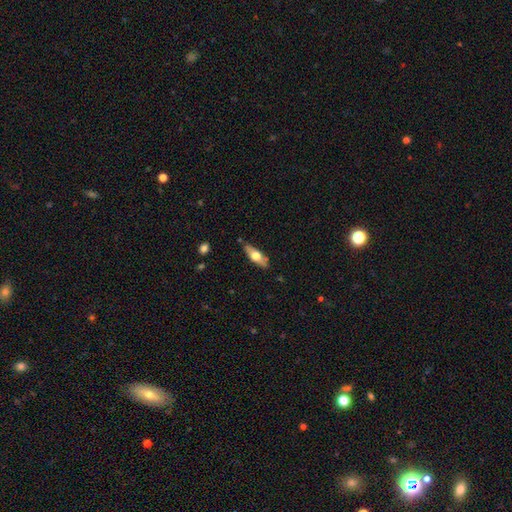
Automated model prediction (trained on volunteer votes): Smooth or featured? smooth (54%)
How rounded? in between (61%)
Merging? none (80%)